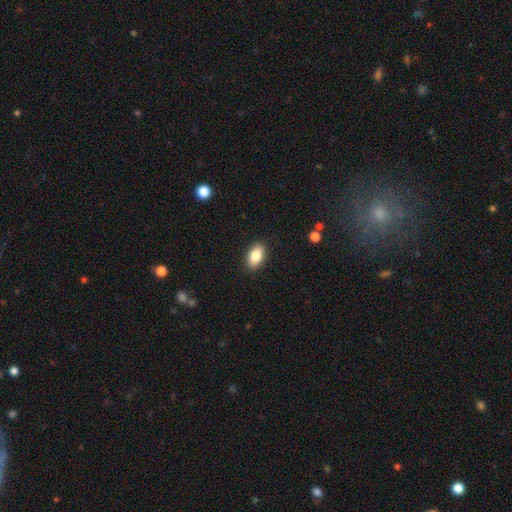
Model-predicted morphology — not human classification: Smooth or featured? Predicted: smooth (p=0.83). How rounded? Predicted: in between (p=0.91). Merging? Predicted: none (p=0.89).